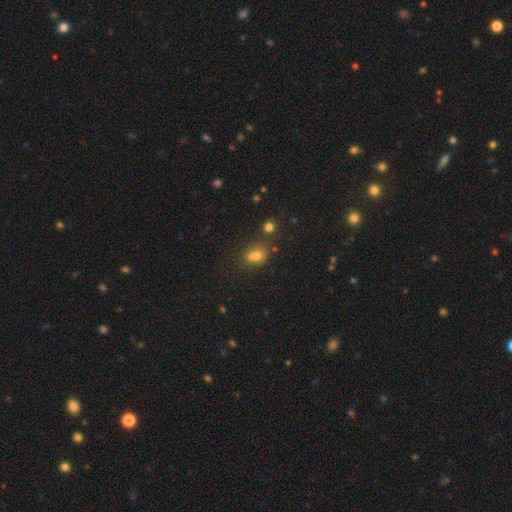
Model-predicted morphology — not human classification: type=smooth (62%); roundness=round (63%); merging=merger (47%).